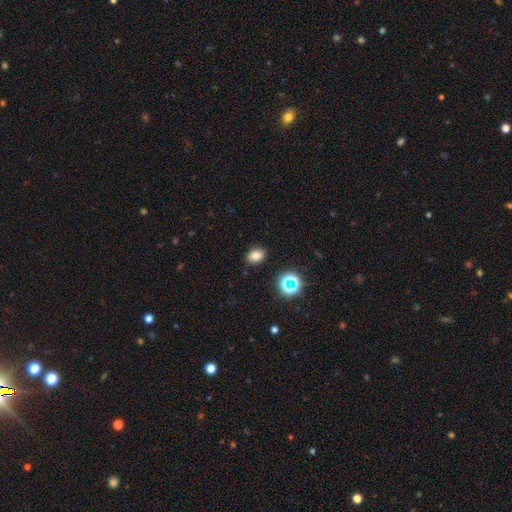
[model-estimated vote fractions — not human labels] Smooth or featured? Predicted: smooth (p=0.76). How rounded? Predicted: in between (p=0.64). Merging? Predicted: none (p=0.87).